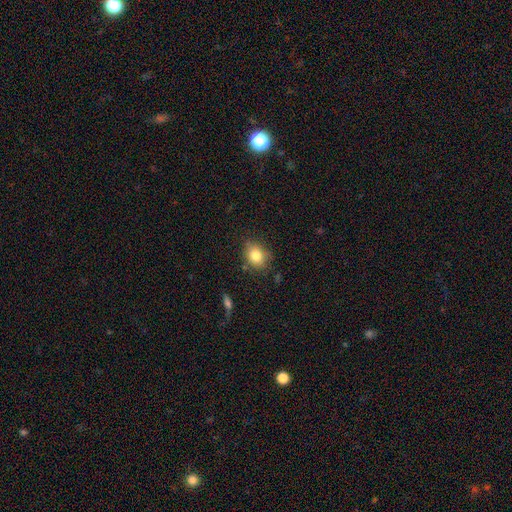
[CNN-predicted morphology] This appears to be a smooth galaxy with no disk features (81%) that is round (50%). Merging: none (77%).